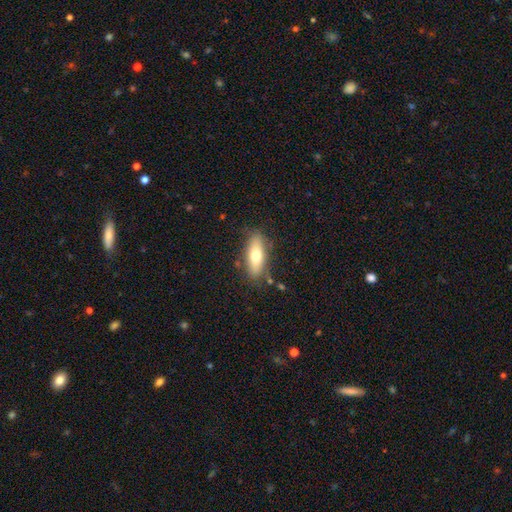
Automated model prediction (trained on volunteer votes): This appears to be a smooth galaxy with no disk features (69%) that is in between round and cigar-shaped (66%). Merging: none (80%).